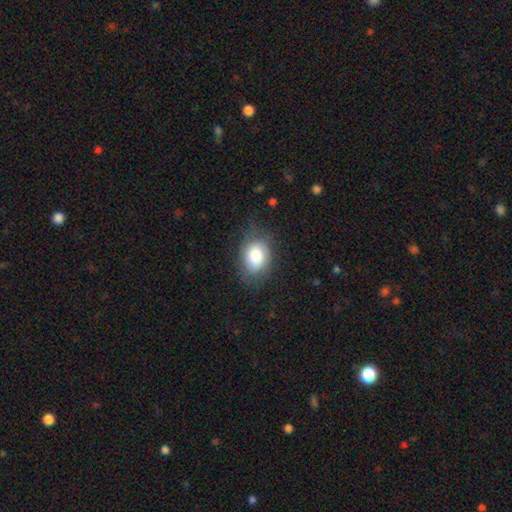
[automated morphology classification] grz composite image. It shows a smooth galaxy with no disk features (77%) that is in between round and cigar-shaped (75%). Merging: none (66%).